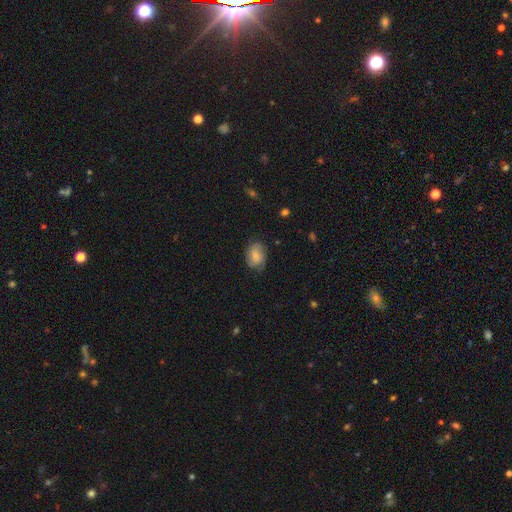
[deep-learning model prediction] A smooth galaxy with no disk features (62%) that is in between round and cigar-shaped (66%). Merging: none (70%).